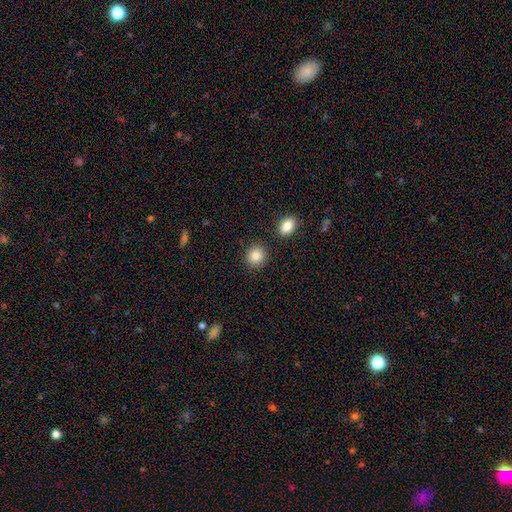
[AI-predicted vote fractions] Smooth or featured?
  - smooth: 87% *
  - star or artifact: 8%
  - featured or disk: 5%
How rounded?
  - round: 82% *
  - in between: 17%
  - cigar-shaped: 1%
Merging?
  - none: 86% *
  - minor disturbance: 7%
  - merger: 4%
  - major disturbance: 2%